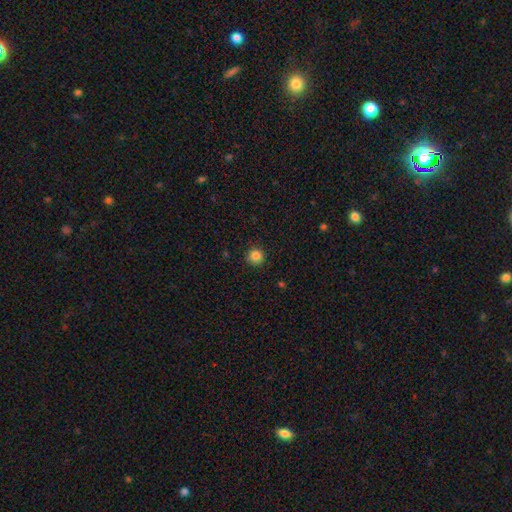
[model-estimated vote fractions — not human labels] Smooth or featured? Predicted: smooth (p=0.85). How rounded? Predicted: round (p=0.95). Merging? Predicted: none (p=0.92).